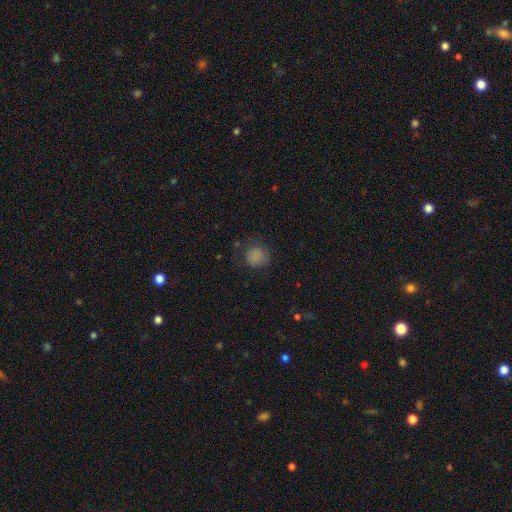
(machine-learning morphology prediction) A smooth galaxy with no disk features (82%) that is round (86%).

Vote fractions:
- Smooth or featured? smooth: 82% / star or artifact: 13% / featured or disk: 5%
- How rounded? round: 86% / in between: 13% / cigar-shaped: 1%
- Merging? none: 73% / minor disturbance: 18% / major disturbance: 7% / merger: 1%